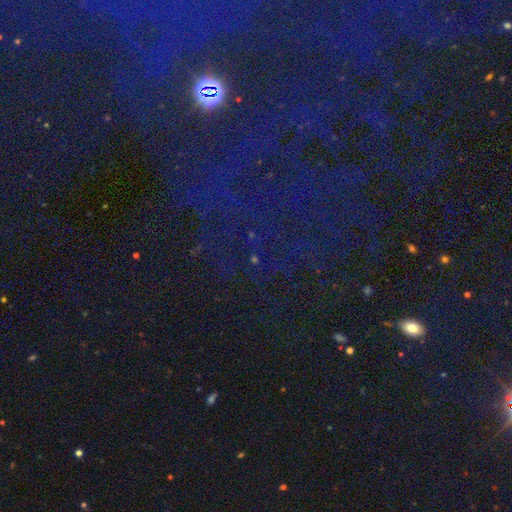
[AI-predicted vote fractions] smooth-or-featured: star or artifact: 81% | smooth: 11% | featured or disk: 8%